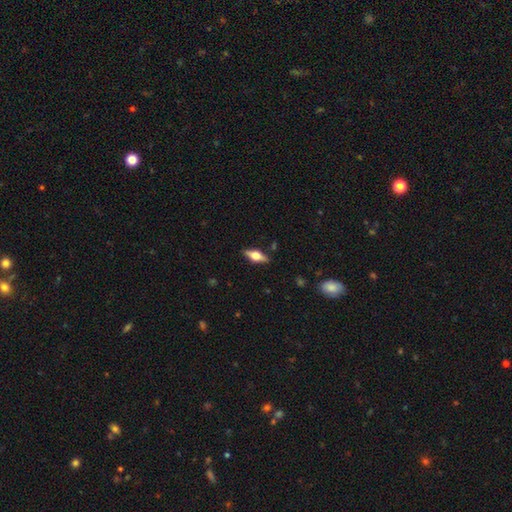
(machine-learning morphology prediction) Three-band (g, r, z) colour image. It shows a featured or disk galaxy (60%) viewed edge-on (95%) with a rounded central bulge (93%). Merging: none (87%).